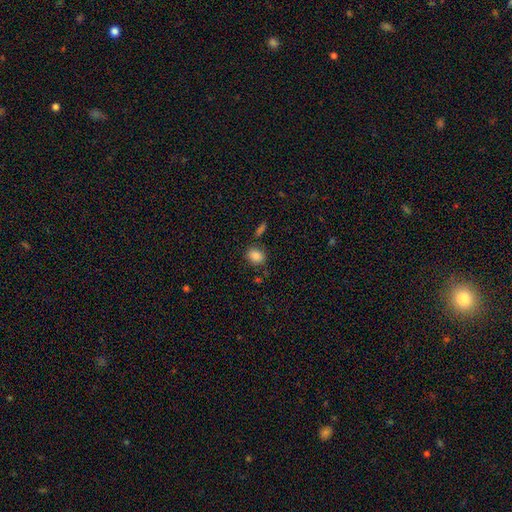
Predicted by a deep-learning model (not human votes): A smooth galaxy with no disk features (85%) that is round (51%). Merging: none (78%).